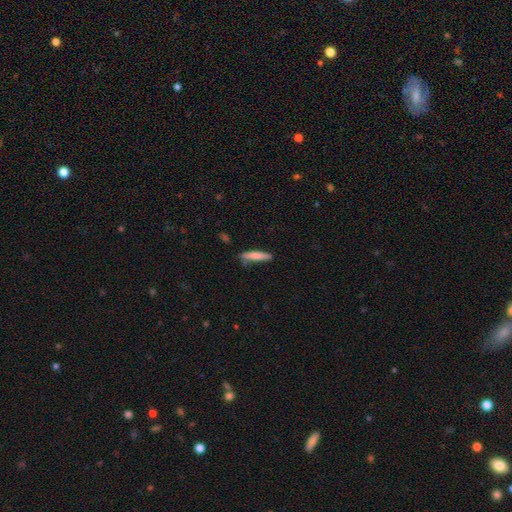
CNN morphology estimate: smooth 77%, featured or disk 17%, star or artifact 6%. Down the decision tree: how rounded — cigar-shaped (89%); merging — none (77%).